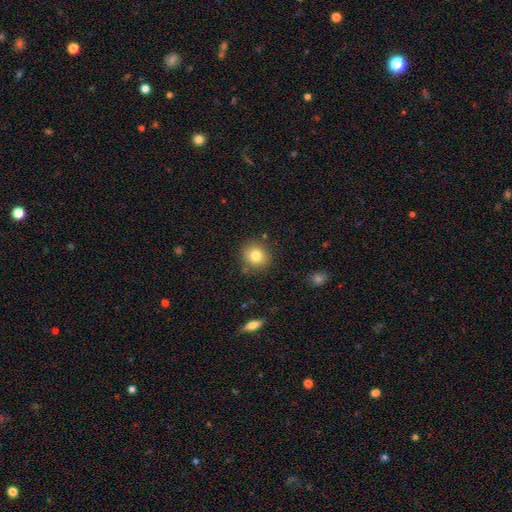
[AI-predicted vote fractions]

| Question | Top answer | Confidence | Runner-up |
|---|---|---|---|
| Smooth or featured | smooth | 80% | star or artifact (10%) |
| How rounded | round | 87% | in between (12%) |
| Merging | none | 83% | minor disturbance (10%) |